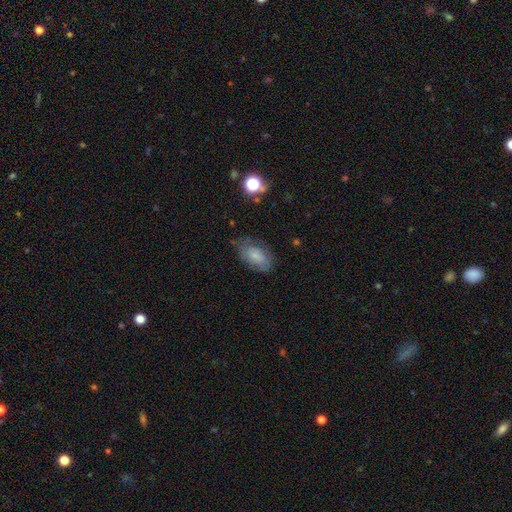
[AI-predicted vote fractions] Smooth or featured?
  - smooth: 63% *
  - featured or disk: 29%
  - star or artifact: 9%
How rounded?
  - in between: 91% *
  - round: 7%
  - cigar-shaped: 2%
Merging?
  - none: 62% *
  - minor disturbance: 26%
  - major disturbance: 10%
  - merger: 2%